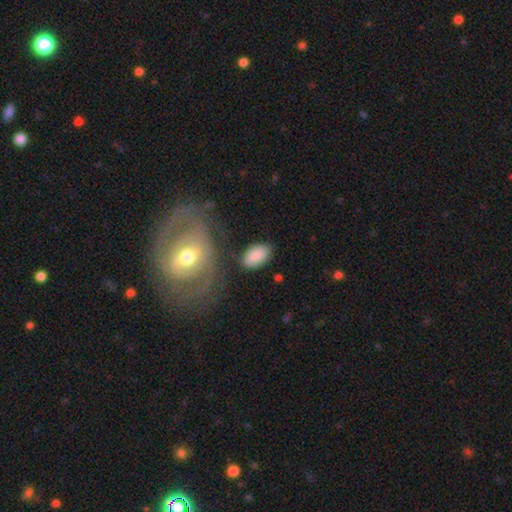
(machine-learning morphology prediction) Smooth or featured: smooth — 82% (featured or disk — 12%)
How rounded: in between — 92% (round — 7%)
Merging: none — 74% (minor disturbance — 16%)